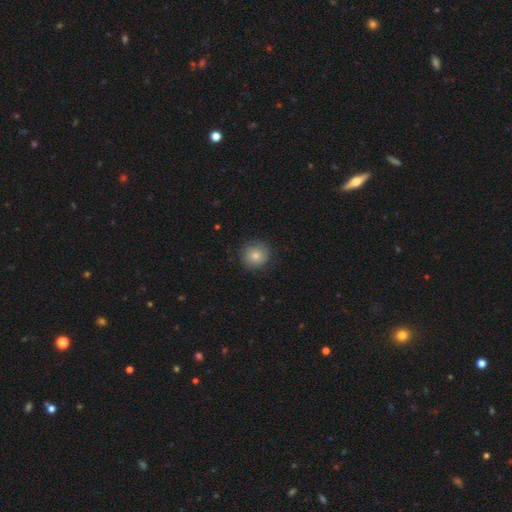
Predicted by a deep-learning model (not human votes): This appears to be a smooth galaxy with no disk features (79%) that is round (92%). Merging: none (84%).